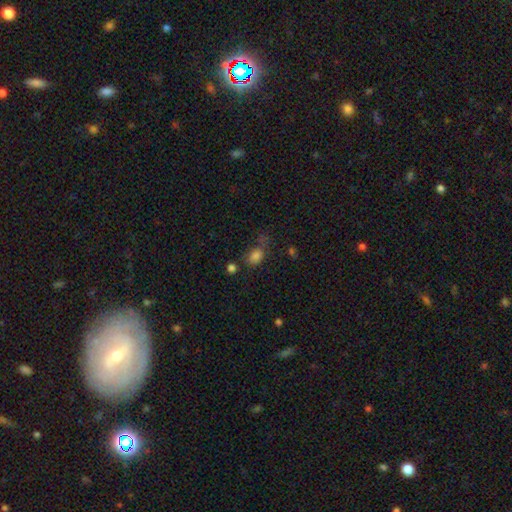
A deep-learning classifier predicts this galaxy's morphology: A smooth galaxy with no disk features (77%) that is in between round and cigar-shaped (69%).

Vote fractions:
- Smooth or featured? smooth: 77% / star or artifact: 15% / featured or disk: 7%
- How rounded? in between: 69% / round: 29% / cigar-shaped: 2%
- Merging? none: 46% / minor disturbance: 24% / major disturbance: 17% / merger: 13%